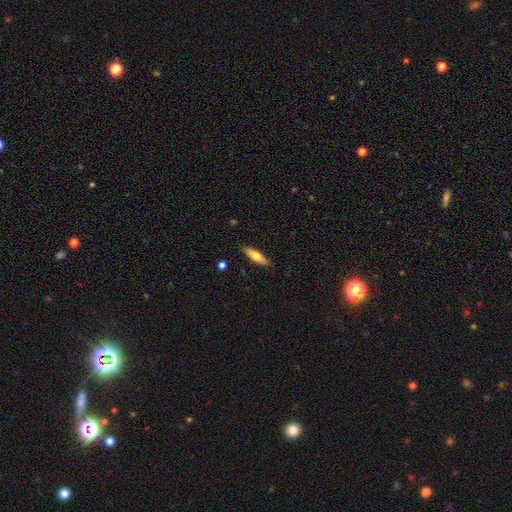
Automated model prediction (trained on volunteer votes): smooth 66%, featured or disk 28%, star or artifact 6%. Down the decision tree: how rounded — cigar-shaped (65%); merging — none (88%).